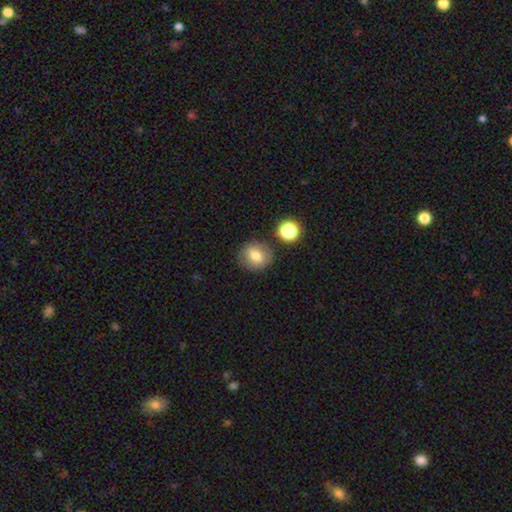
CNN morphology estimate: Overall: smooth (75%). How rounded: round (75%). Merging: none (81%).